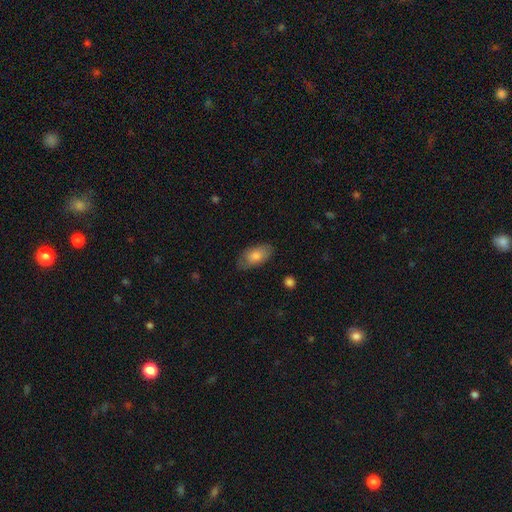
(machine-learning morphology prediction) Overall: smooth (75%). How rounded: in between (92%). Merging: none (77%).